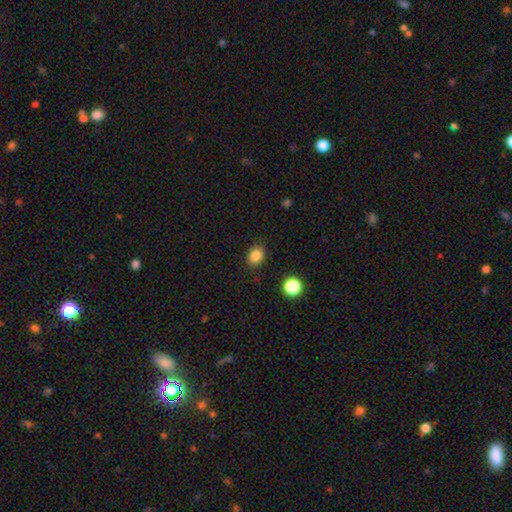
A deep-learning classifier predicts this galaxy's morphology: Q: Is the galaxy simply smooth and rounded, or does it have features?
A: smooth — 85%.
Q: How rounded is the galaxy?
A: in between — 51%.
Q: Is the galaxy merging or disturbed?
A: none — 87%.